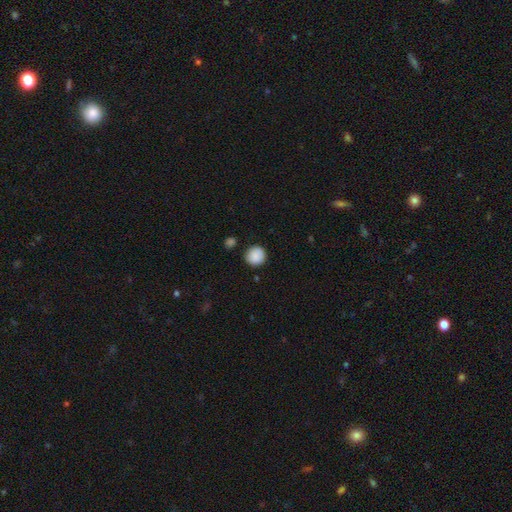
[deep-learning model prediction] Smooth or featured? smooth (88%)
How rounded? round (94%)
Merging? none (87%)